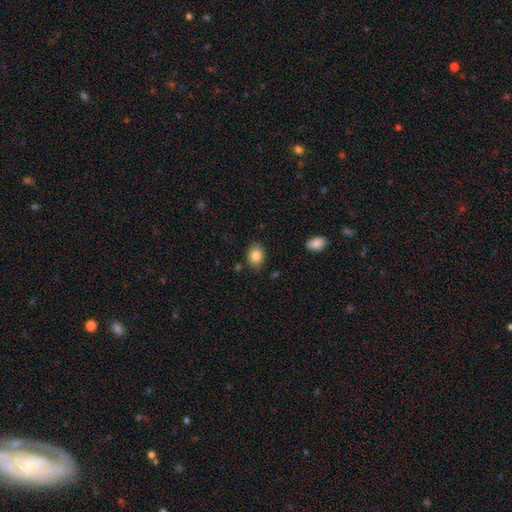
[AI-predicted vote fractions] The model was most divided on "how rounded": in between: 73%, round: 26%, cigar-shaped: 1%. More confident: smooth or featured — smooth (84%); merging — none (83%).